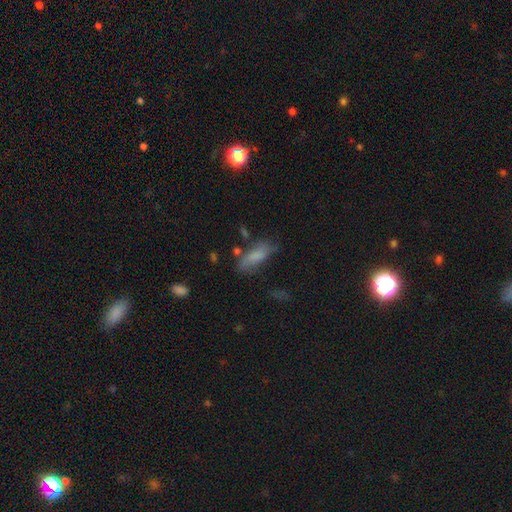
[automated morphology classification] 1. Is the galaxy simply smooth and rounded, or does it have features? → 73% smooth, 18% featured or disk, 9% star or artifact.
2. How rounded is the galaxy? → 71% in between, 26% cigar-shaped, 3% round.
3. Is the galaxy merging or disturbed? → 55% none, 26% minor disturbance, 12% major disturbance, 7% merger.